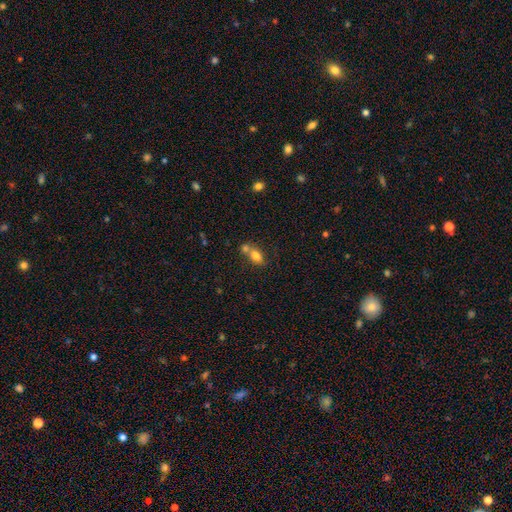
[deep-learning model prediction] Smooth or featured?
  - smooth: 78% *
  - featured or disk: 13%
  - star or artifact: 10%
How rounded?
  - in between: 77% *
  - round: 19%
  - cigar-shaped: 3%
Merging?
  - merger: 48% *
  - none: 37%
  - minor disturbance: 10%
  - major disturbance: 4%